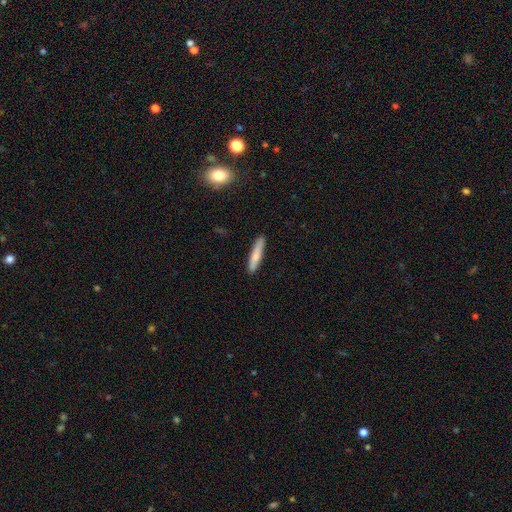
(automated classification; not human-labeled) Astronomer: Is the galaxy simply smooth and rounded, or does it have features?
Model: smooth — 74%.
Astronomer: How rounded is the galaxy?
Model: cigar-shaped — 89%.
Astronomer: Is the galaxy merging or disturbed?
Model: none — 88%.